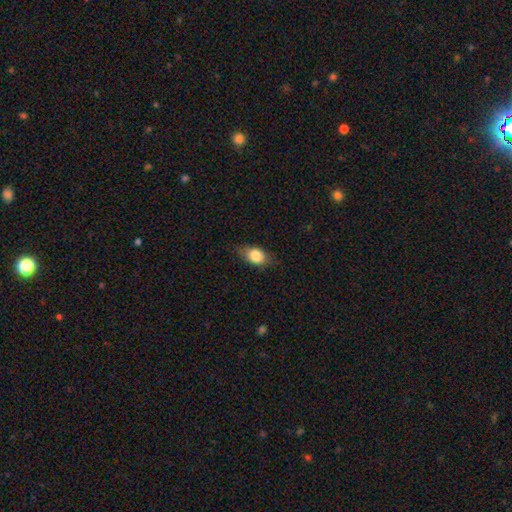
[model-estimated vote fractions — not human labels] Smooth or featured? Predicted: smooth (p=0.81). How rounded? Predicted: in between (p=0.80). Merging? Predicted: none (p=0.76).